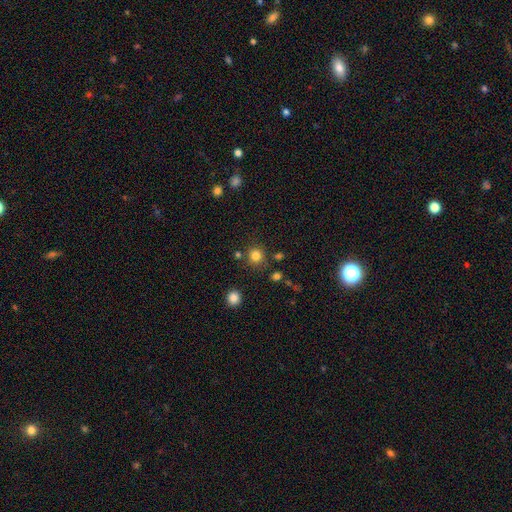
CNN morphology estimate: This appears to be a smooth galaxy with no disk features (81%) that is round (90%). Merging: none (82%).